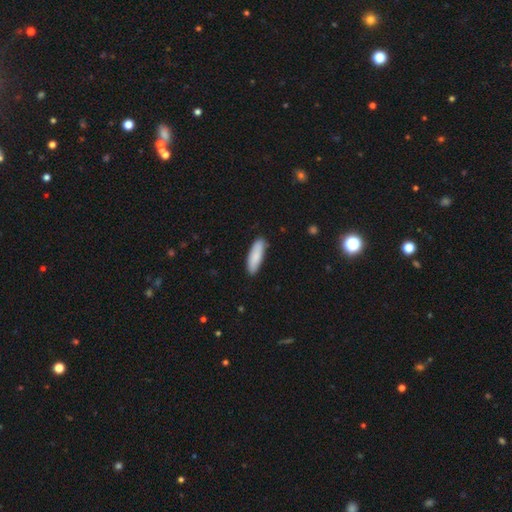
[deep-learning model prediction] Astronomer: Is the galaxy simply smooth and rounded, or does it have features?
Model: smooth — 86%.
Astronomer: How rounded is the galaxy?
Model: cigar-shaped — 51% (runner-up: in between, 48%).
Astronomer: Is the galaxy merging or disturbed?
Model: none — 86%.